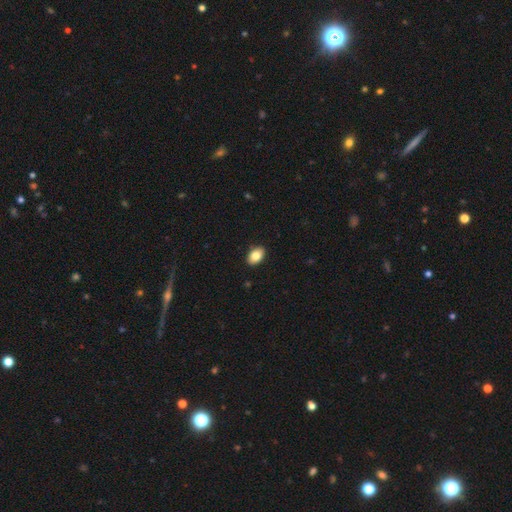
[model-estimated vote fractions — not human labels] The model was most divided on "smooth or featured": smooth: 83%, featured or disk: 9%, star or artifact: 8%. More confident: merging — none (90%); how rounded — in between (88%).